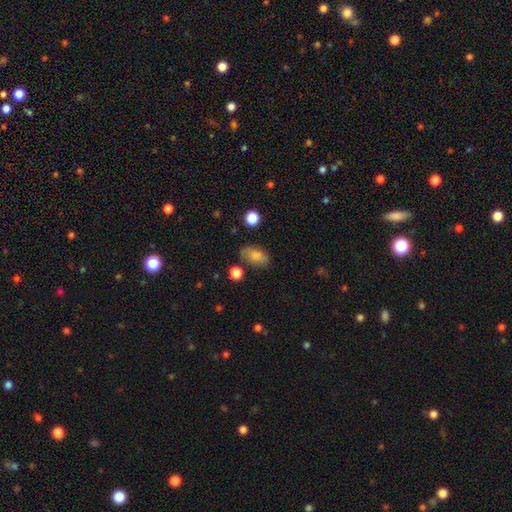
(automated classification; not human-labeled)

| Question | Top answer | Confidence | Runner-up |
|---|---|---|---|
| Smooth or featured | smooth | 78% | featured or disk (12%) |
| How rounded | in between | 89% | round (9%) |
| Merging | none | 68% | minor disturbance (21%) |